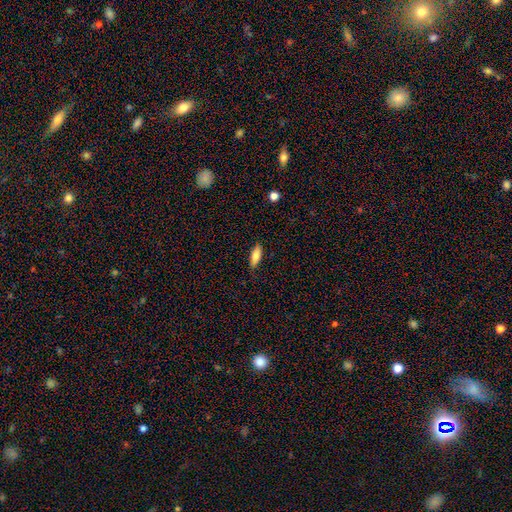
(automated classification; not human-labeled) The model was most divided on "how rounded": in between: 70%, cigar-shaped: 28%, round: 2%. More confident: merging — none (85%); smooth or featured — smooth (80%).